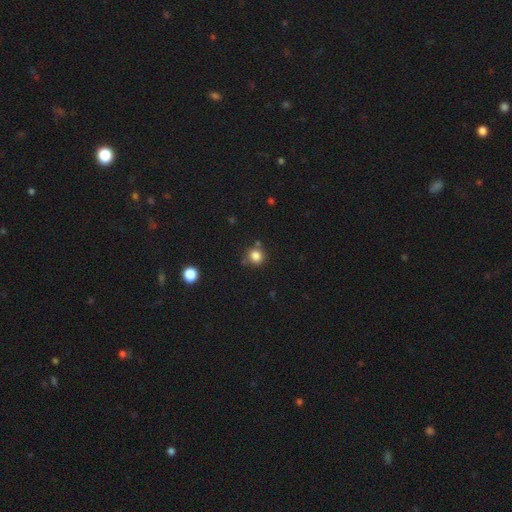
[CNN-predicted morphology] Smooth or featured? smooth (82%)
How rounded? round (86%)
Merging? none (73%)